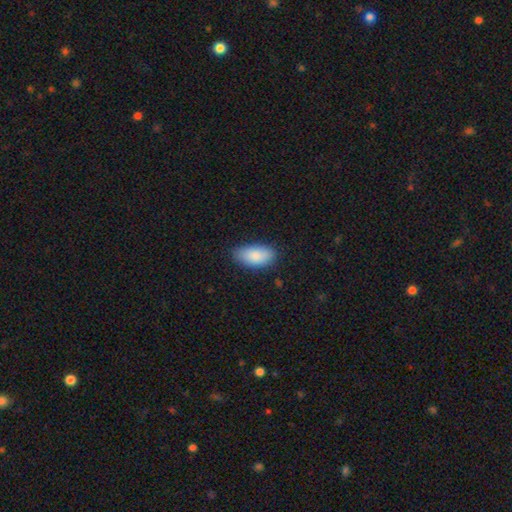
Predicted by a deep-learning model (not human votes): Overall: smooth (88%). How rounded: in between (93%). Merging: none (85%).